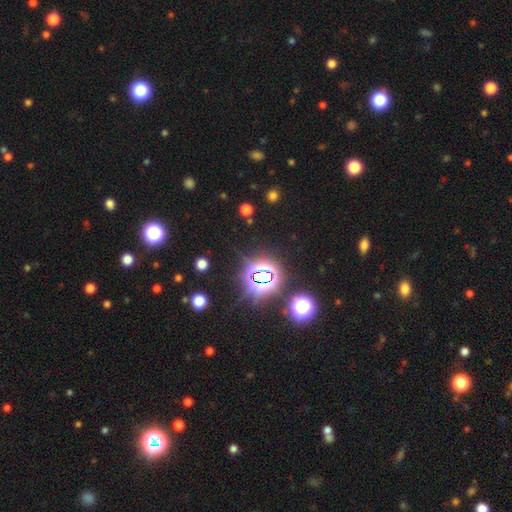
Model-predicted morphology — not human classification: Smooth or featured? star or artifact (80%)